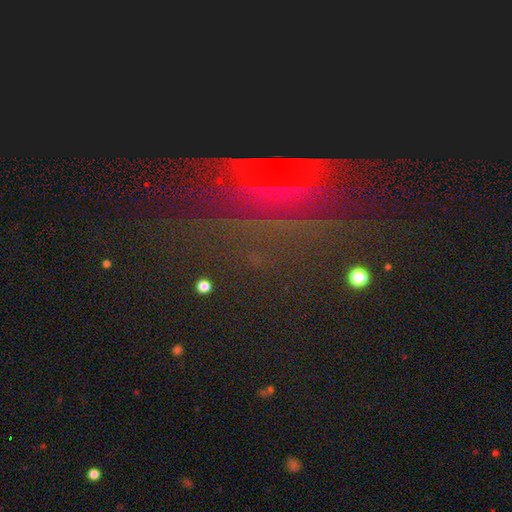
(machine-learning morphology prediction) A star or artifact, not a galaxy (61%).